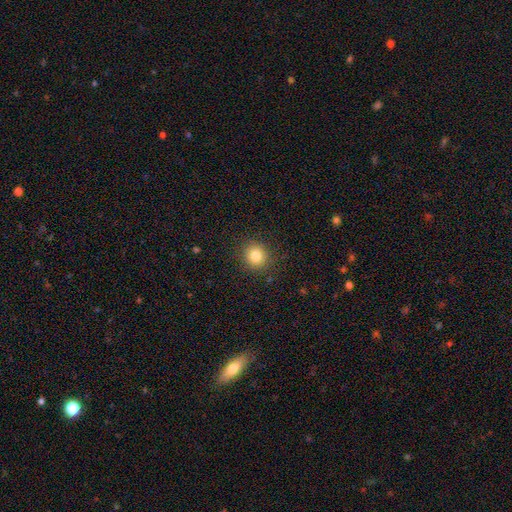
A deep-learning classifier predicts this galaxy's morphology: Smooth or featured? smooth (82%)
How rounded? round (84%)
Merging? none (88%)